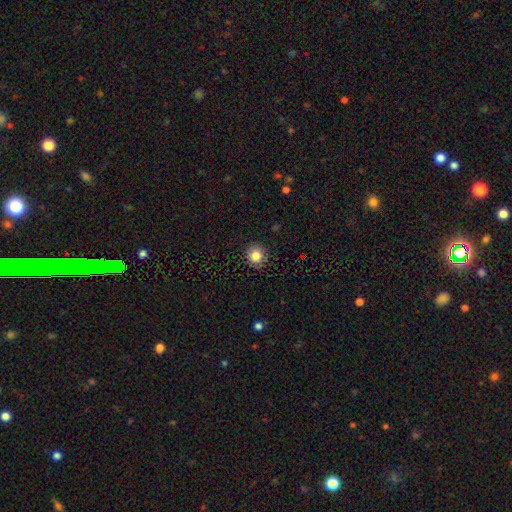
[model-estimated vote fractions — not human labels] Morphology: type=smooth (84%); roundness=round (91%); merging=none (90%).